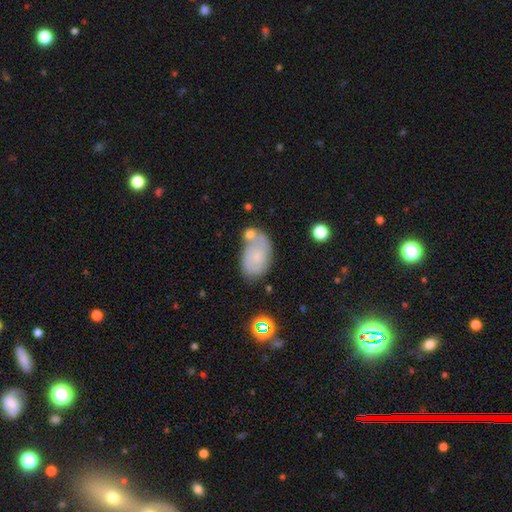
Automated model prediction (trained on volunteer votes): A smooth galaxy with no disk features (47%). Merging: none (48%).